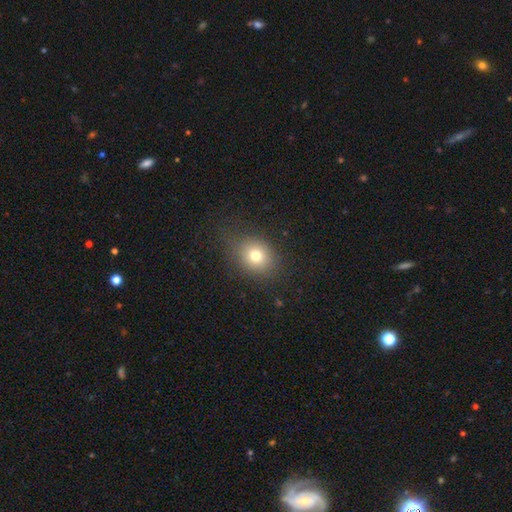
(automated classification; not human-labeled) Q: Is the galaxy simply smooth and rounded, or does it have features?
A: smooth — 75%.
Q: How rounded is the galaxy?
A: round — 66%.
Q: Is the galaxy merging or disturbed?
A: none — 78%.